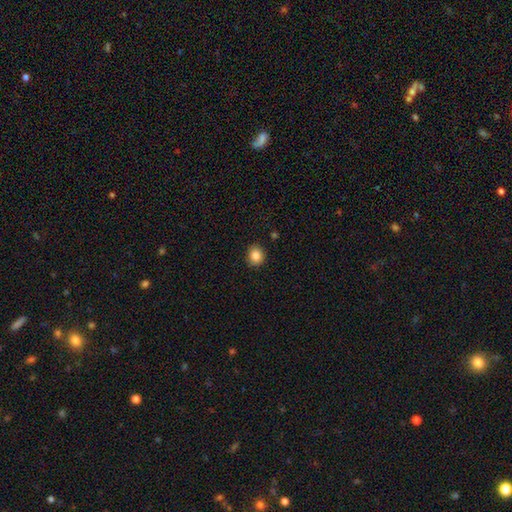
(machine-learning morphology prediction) This is clearly a smooth galaxy (86%). How rounded: likely round (74%). Merging: clearly none (90%).